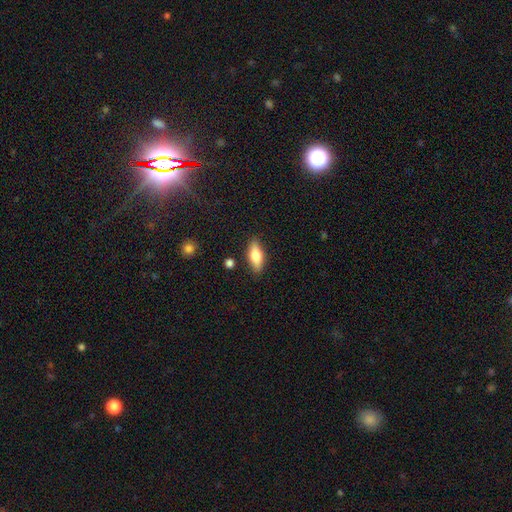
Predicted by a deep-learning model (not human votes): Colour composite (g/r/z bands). It shows a smooth galaxy with no disk features (69%) that is in between round and cigar-shaped (72%). Merging: none (85%).